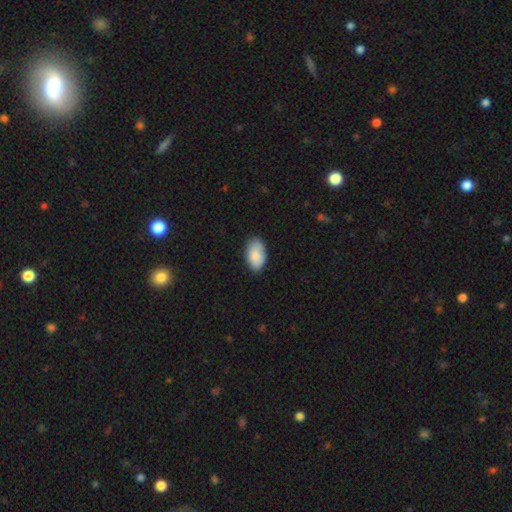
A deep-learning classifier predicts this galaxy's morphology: Smooth or featured?
  - smooth: 85% *
  - featured or disk: 8%
  - star or artifact: 6%
How rounded?
  - in between: 94% *
  - round: 5%
  - cigar-shaped: 1%
Merging?
  - none: 81% *
  - minor disturbance: 16%
  - major disturbance: 2%
  - merger: 1%